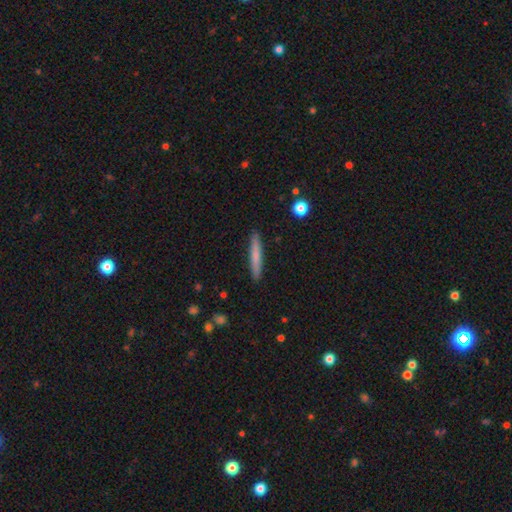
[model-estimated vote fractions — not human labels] A smooth galaxy with no disk features (70%) that is cigar-shaped (95%).

Vote fractions:
- Smooth or featured? smooth: 70% / featured or disk: 24% / star or artifact: 6%
- How rounded? cigar-shaped: 95% / in between: 3% / round: 1%
- Merging? none: 92% / minor disturbance: 6% / major disturbance: 1% / merger: 1%